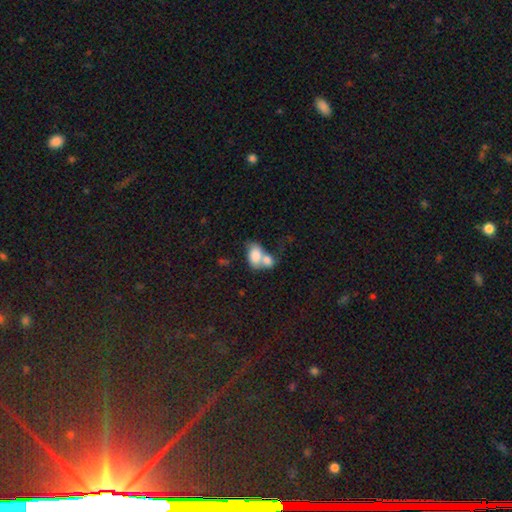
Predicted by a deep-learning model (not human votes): A smooth galaxy with no disk features (78%) that is in between round and cigar-shaped (84%).

Vote fractions:
- Smooth or featured? smooth: 78% / featured or disk: 14% / star or artifact: 7%
- How rounded? in between: 84% / round: 14% / cigar-shaped: 2%
- Merging? merger: 70% / none: 17% / minor disturbance: 7% / major disturbance: 5%